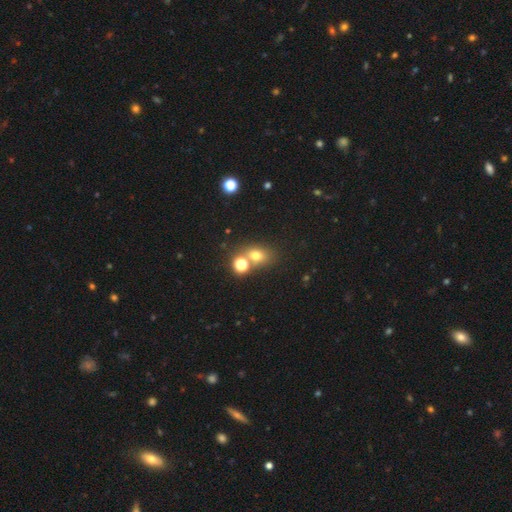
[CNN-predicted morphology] Smooth or featured? smooth (68%)
How rounded? round (51%)
Merging? none (57%)